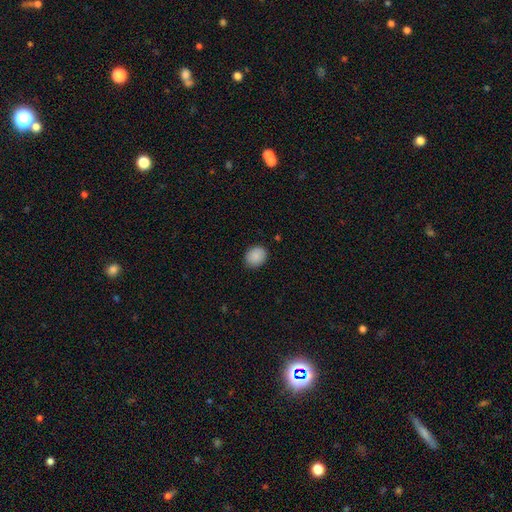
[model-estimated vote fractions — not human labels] Overall: smooth (89%). How rounded: round (55%; in between 45%). Merging: none (87%).